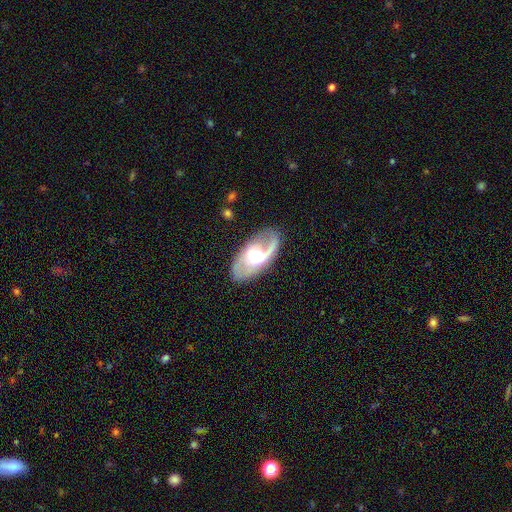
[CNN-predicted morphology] A featured or disk galaxy (78%) with no bar (47%), 2 (73%) loose (47%) spiral arms (88%) and a moderate central bulge (61%).

Vote fractions:
- Smooth or featured? featured or disk: 78% / smooth: 16% / star or artifact: 5%
- Edge-on disk? no: 93% / yes: 7%
- Bar? no: 47% / weak: 38% / strong: 15%
- Spiral arms? yes: 88% / no: 12%
- Spiral winding? loose: 47% / medium: 39% / tight: 14%
- Spiral arm count? 2: 73% / 1: 14% / can't tell: 8% / 3: 2% / 4: 1% / more than 4: 1%
- Bulge size? moderate: 61% / large: 26% / small: 10% / dominant: 2% / none: 1%
- Merging? none: 74% / minor disturbance: 15% / major disturbance: 9% / merger: 2%